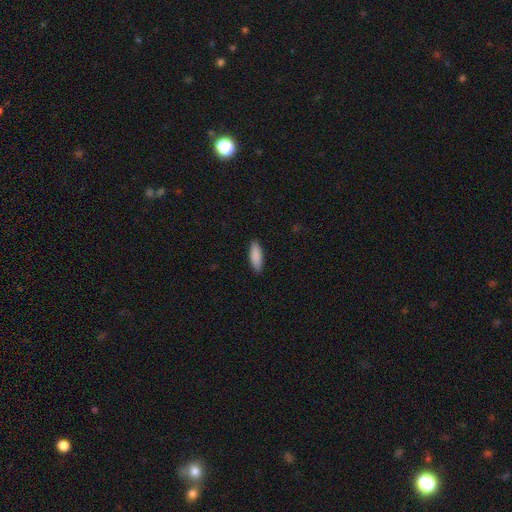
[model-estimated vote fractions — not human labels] This is clearly a smooth galaxy (89%). How rounded: likely in between (61%). Merging: clearly none (88%).